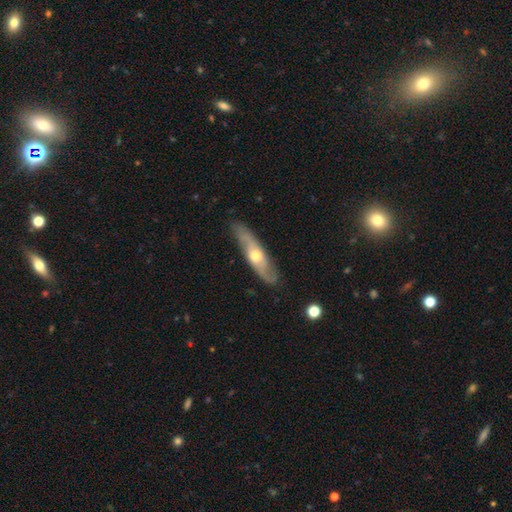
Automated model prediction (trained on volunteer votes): smooth_or_featured: featured or disk (p=0.61) [alt: smooth p=0.34]
disk_edge_on: no (p=0.55) [alt: yes p=0.45]
merging: none (p=0.82) [alt: minor disturbance p=0.14]